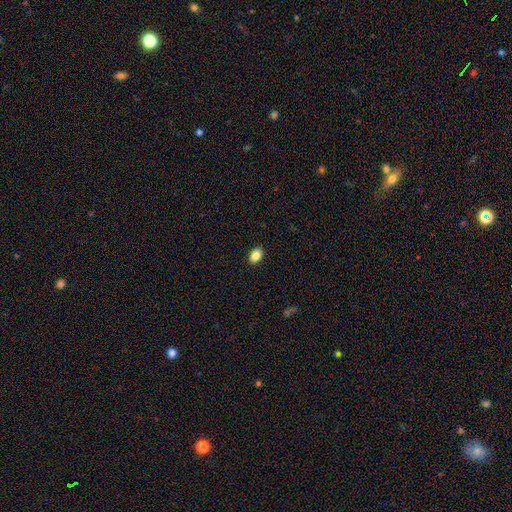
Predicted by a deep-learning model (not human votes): Q: Smooth or featured?
A: smooth (87%); runner-up: star or artifact (9%)
Q: How rounded?
A: in between (76%); runner-up: round (23%)
Q: Merging?
A: none (91%); runner-up: minor disturbance (7%)